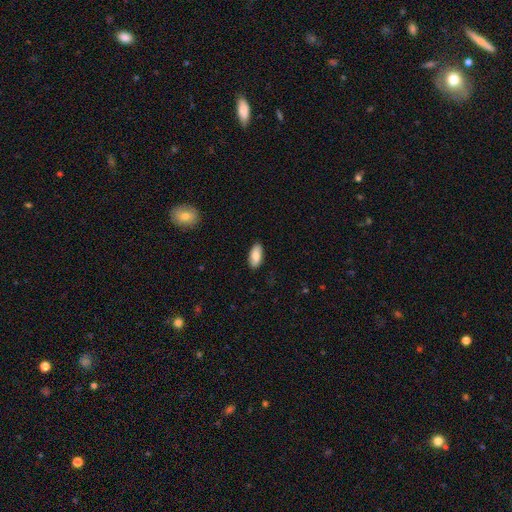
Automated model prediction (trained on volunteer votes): Smooth or featured? smooth (82%)
How rounded? in between (89%)
Merging? none (88%)